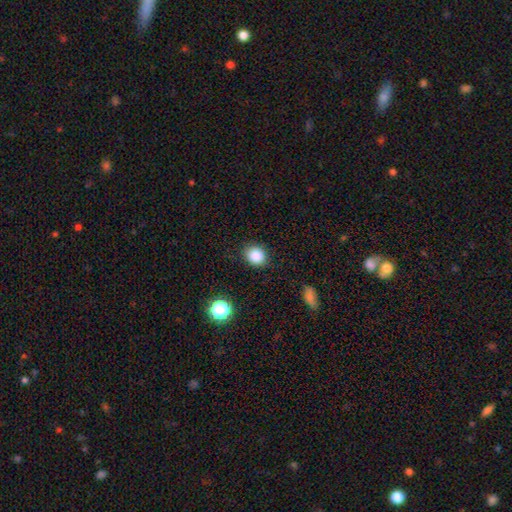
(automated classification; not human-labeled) smooth-or-featured: smooth: 85% | star or artifact: 11% | featured or disk: 4%
  how-rounded: round: 76% | in between: 23% | cigar-shaped: 1%
  merging: none: 88% | minor disturbance: 8% | major disturbance: 2% | merger: 1%